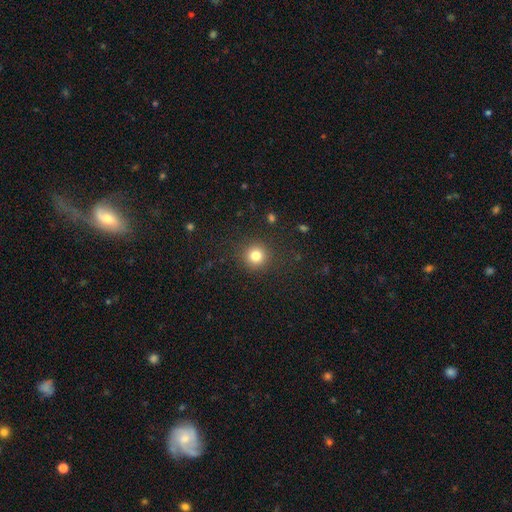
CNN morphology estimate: This appears to be a smooth galaxy with no disk features (82%) that is round (93%). Merging: none (89%).